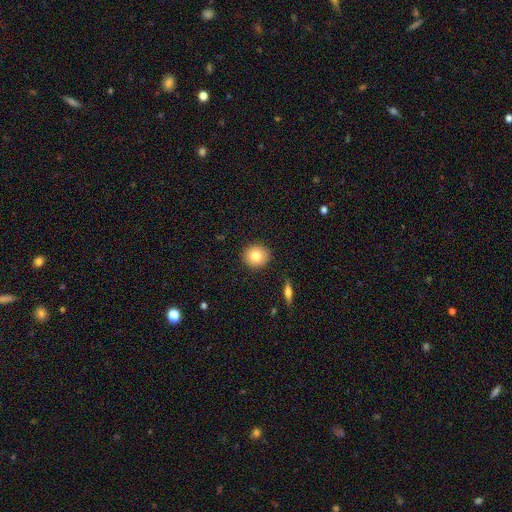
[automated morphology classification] A smooth galaxy with no disk features (80%) that is round (86%).

Vote fractions:
- Smooth or featured? smooth: 80% / featured or disk: 11% / star or artifact: 9%
- How rounded? round: 86% / in between: 12% / cigar-shaped: 1%
- Merging? none: 90% / minor disturbance: 6% / major disturbance: 2% / merger: 1%